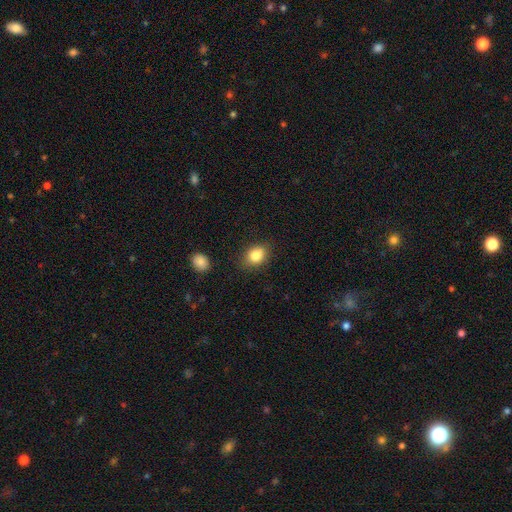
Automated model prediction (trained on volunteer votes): Smooth or featured? smooth (83%)
How rounded? in between (62%)
Merging? none (81%)